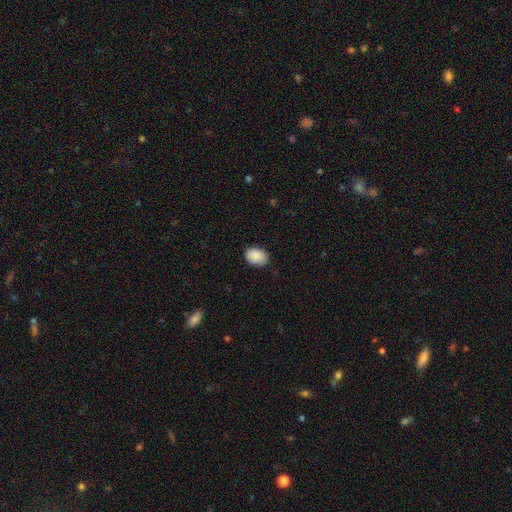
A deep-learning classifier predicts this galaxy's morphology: This appears to be a smooth galaxy with no disk features (90%) that is in between round and cigar-shaped (81%). Merging: none (87%).